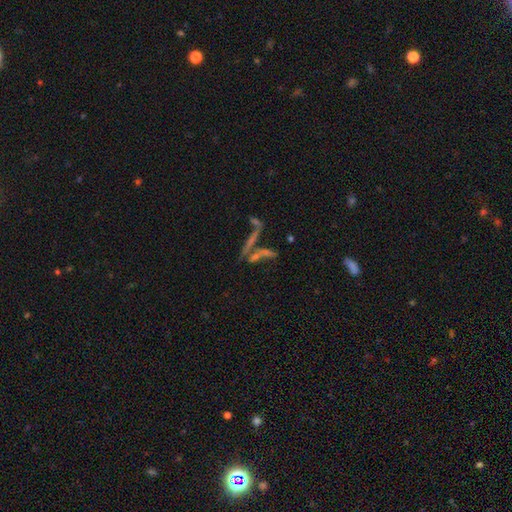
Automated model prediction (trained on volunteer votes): smooth_or_featured: featured or disk (p=0.42) [alt: smooth p=0.36]
merging: merger (p=0.41) [alt: none p=0.39]